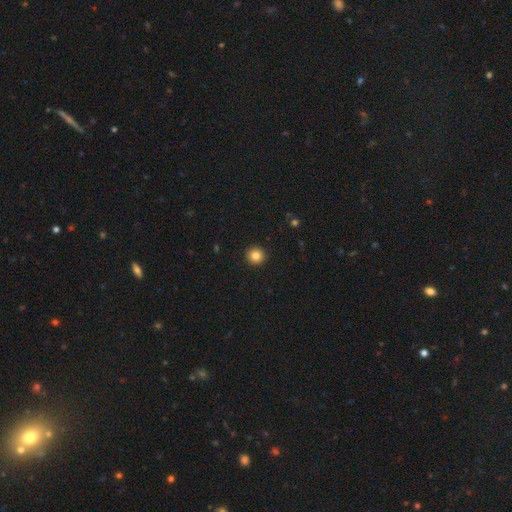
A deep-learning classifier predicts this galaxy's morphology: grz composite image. It shows a smooth galaxy with no disk features (84%) that is round (96%). Merging: none (94%).